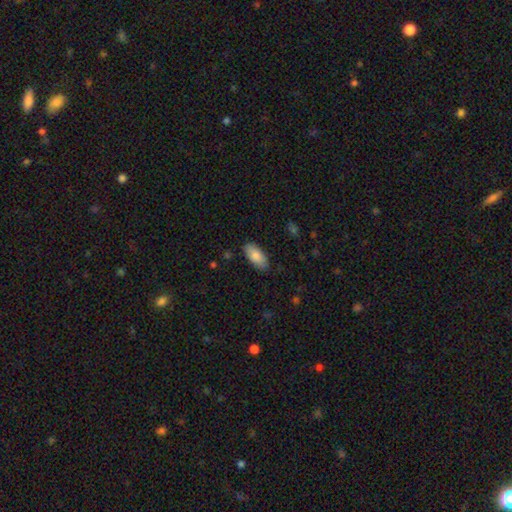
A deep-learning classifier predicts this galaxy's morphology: smooth_or_featured: smooth (p=0.84) [alt: featured or disk p=0.10]
how_rounded: in between (p=0.92) [alt: cigar-shaped p=0.06]
merging: none (p=0.87) [alt: minor disturbance p=0.10]